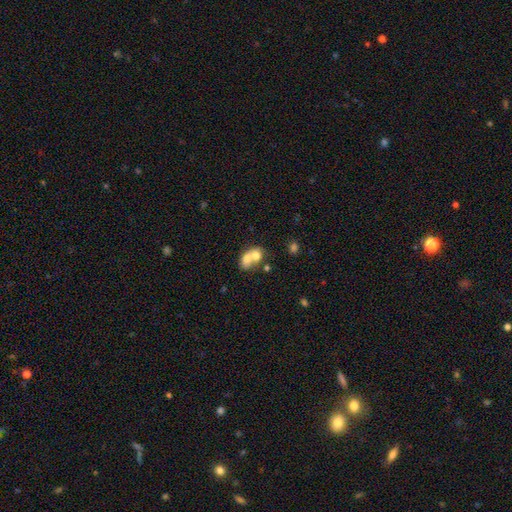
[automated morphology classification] The model was most divided on "how rounded": in between: 60%, round: 39%, cigar-shaped: 2%. More confident: merging — merger (73%); smooth or featured — smooth (66%).